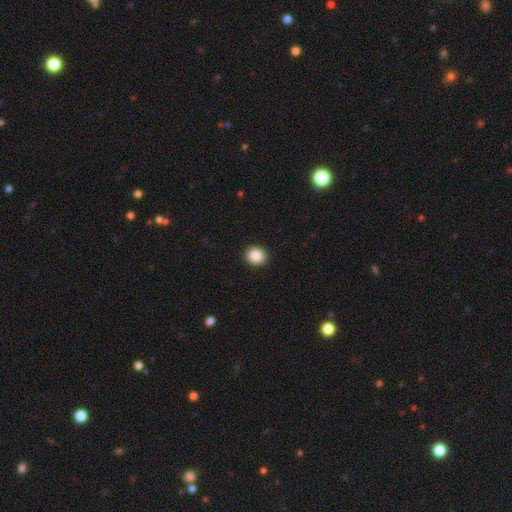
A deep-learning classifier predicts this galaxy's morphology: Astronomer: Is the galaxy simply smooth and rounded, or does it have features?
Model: smooth — 88%.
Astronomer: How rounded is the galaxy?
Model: round — 77%.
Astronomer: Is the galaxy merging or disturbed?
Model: none — 91%.